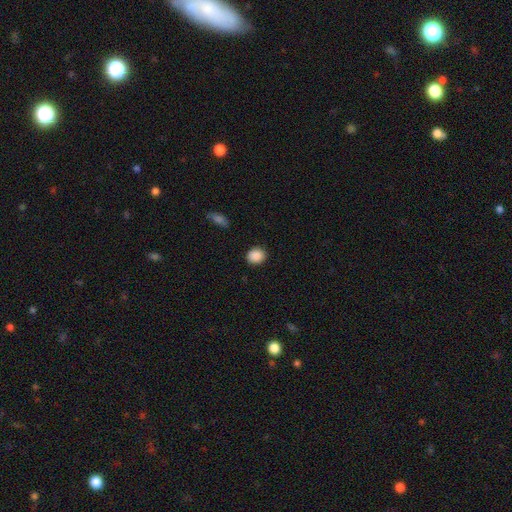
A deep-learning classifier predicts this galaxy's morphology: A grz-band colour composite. It shows a smooth galaxy with no disk features (89%) that is round (70%). Merging: none (89%).